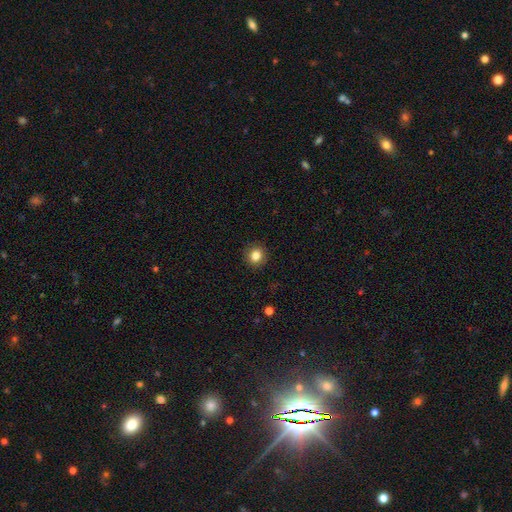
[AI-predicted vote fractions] smooth_or_featured: smooth (p=0.84) [alt: star or artifact p=0.10]
how_rounded: round (p=0.83) [alt: in between p=0.16]
merging: none (p=0.90) [alt: minor disturbance p=0.07]